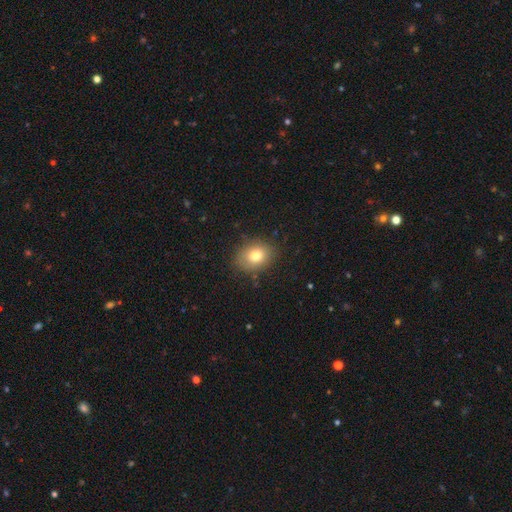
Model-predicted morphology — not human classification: Q: Smooth or featured?
A: smooth (77%); runner-up: featured or disk (12%)
Q: How rounded?
A: in between (62%); runner-up: round (37%)
Q: Merging?
A: none (81%); runner-up: minor disturbance (14%)